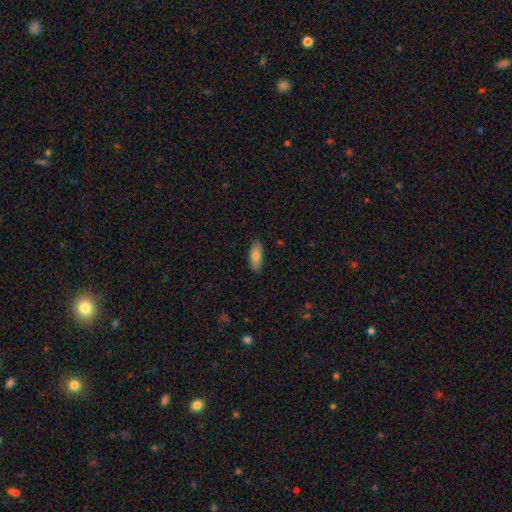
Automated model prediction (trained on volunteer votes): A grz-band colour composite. It shows a smooth galaxy with no disk features (80%) that is in between round and cigar-shaped (80%). Merging: none (88%).